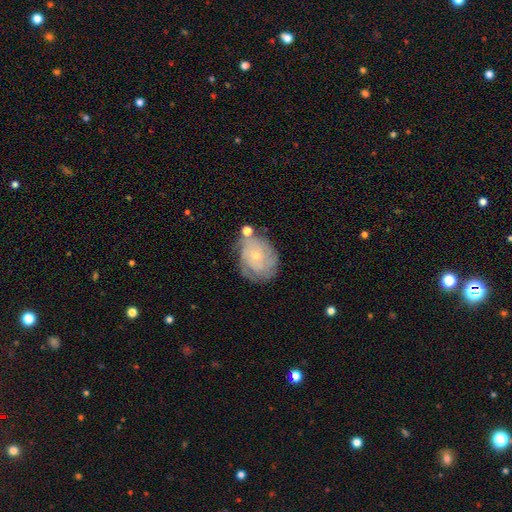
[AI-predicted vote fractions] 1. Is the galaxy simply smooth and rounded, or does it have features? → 71% featured or disk, 22% smooth, 8% star or artifact.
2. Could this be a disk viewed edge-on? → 97% no, 3% yes.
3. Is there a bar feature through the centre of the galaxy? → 81% no, 16% weak, 3% strong.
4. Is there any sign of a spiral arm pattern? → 87% yes, 13% no.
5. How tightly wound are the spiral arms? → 70% tight, 23% medium, 7% loose.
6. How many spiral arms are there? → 45% can't tell, 17% 3, 15% 4, 12% 2, 6% more than 4, 5% 1.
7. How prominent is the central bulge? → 76% small, 20% moderate, 2% none, 1% large, 1% dominant.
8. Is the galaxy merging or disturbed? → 61% none, 22% minor disturbance, 9% major disturbance, 8% merger.